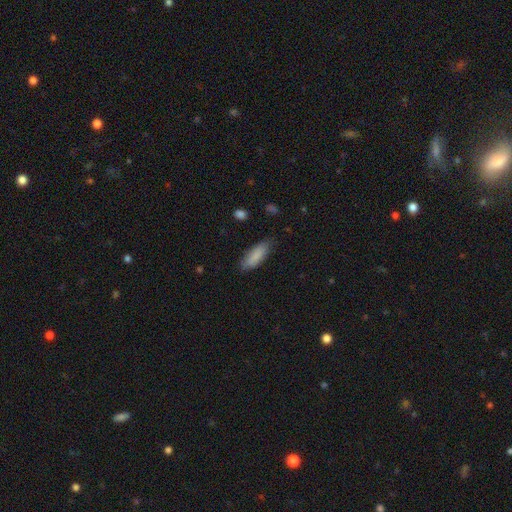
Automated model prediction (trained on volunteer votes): Smooth or featured?
  - smooth: 86% *
  - featured or disk: 8%
  - star or artifact: 6%
How rounded?
  - in between: 65% *
  - cigar-shaped: 34%
  - round: 2%
Merging?
  - none: 78% *
  - minor disturbance: 17%
  - major disturbance: 3%
  - merger: 1%